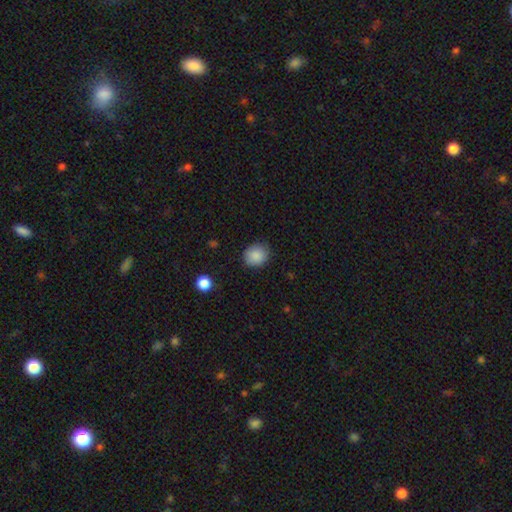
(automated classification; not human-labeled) Q: Smooth or featured?
A: smooth (88%); runner-up: star or artifact (8%)
Q: How rounded?
A: round (68%); runner-up: in between (31%)
Q: Merging?
A: none (84%); runner-up: minor disturbance (12%)